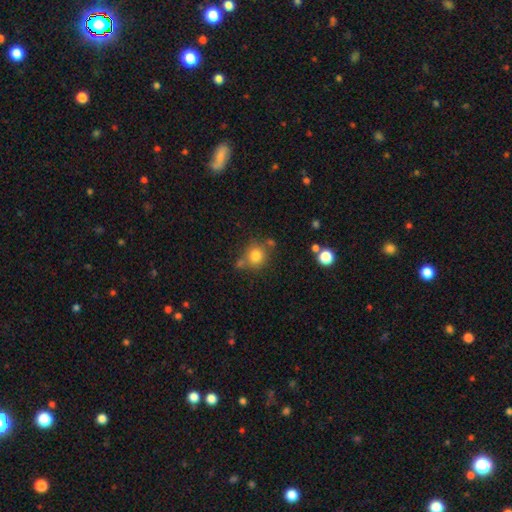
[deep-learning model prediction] smooth_or_featured: smooth (p=0.80) [alt: star or artifact p=0.12]
how_rounded: round (p=0.88) [alt: in between p=0.11]
merging: none (p=0.68) [alt: merger p=0.14]